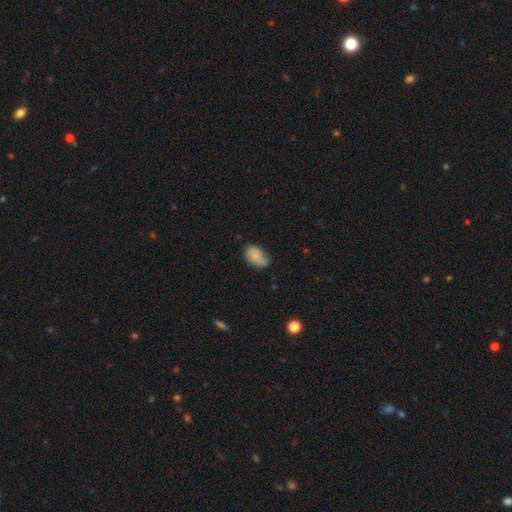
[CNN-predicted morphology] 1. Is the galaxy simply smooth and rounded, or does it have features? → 79% smooth, 13% featured or disk, 8% star or artifact.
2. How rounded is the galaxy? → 90% in between, 8% round, 2% cigar-shaped.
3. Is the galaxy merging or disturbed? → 50% none, 37% minor disturbance, 9% major disturbance, 4% merger.